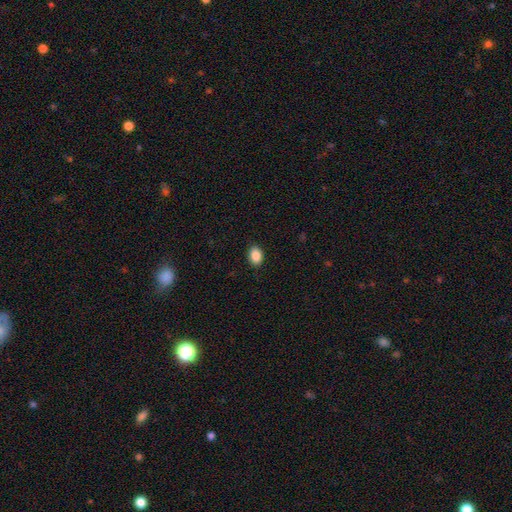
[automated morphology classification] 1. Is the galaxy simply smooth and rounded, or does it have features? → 89% smooth, 8% star or artifact, 3% featured or disk.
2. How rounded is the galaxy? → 77% in between, 22% round, 1% cigar-shaped.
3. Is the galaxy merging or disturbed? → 89% none, 8% minor disturbance, 2% major disturbance, 1% merger.